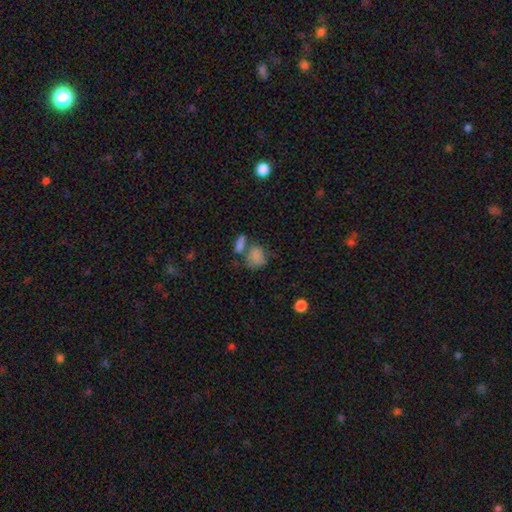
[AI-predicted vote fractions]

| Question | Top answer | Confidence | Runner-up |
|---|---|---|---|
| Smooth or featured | smooth | 76% | featured or disk (14%) |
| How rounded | in between | 54% | round (44%) |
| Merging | merger | 38% | none (32%) |